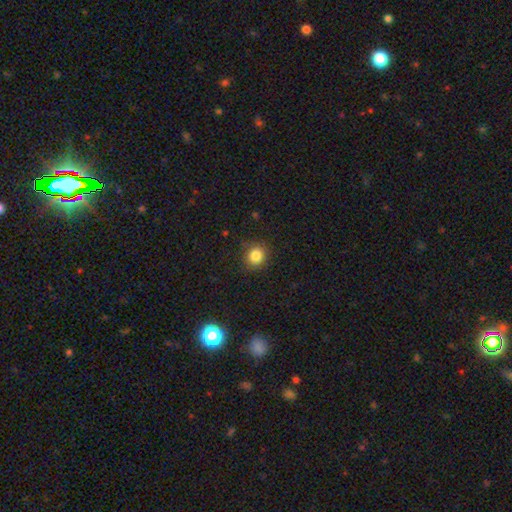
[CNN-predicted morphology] Smooth or featured? Predicted: smooth (p=0.84). How rounded? Predicted: round (p=0.80). Merging? Predicted: none (p=0.87).